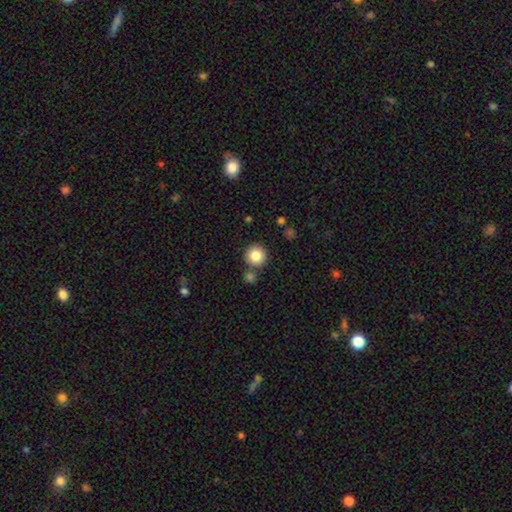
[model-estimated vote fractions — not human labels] Smooth or featured: smooth — 84% (star or artifact — 10%)
How rounded: round — 94% (in between — 5%)
Merging: none — 79% (merger — 11%)